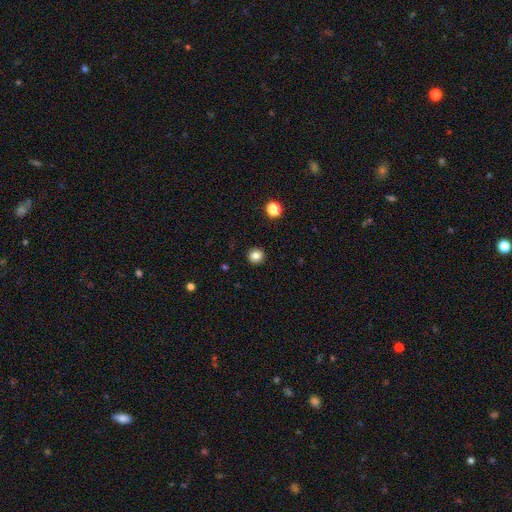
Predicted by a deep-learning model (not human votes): Morphology: type=smooth (84%); roundness=round (94%); merging=none (92%).